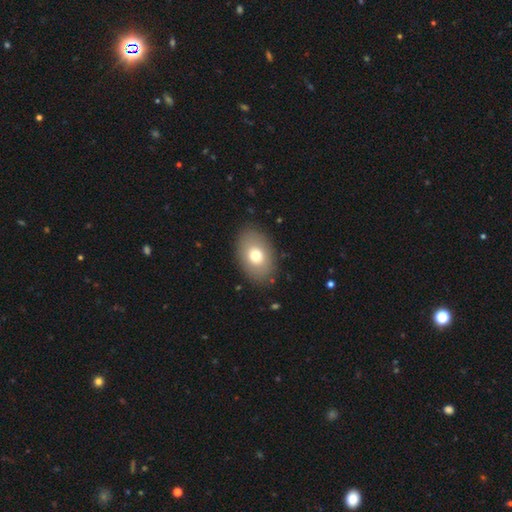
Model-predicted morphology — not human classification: A smooth galaxy with no disk features (73%) that is in between round and cigar-shaped (85%). Merging: none (87%).